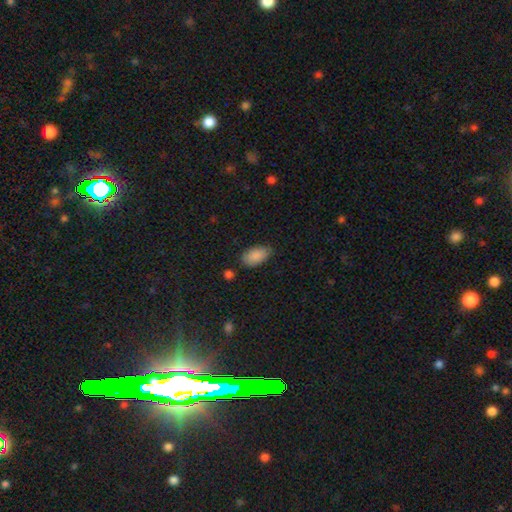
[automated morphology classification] Overall: smooth (88%). How rounded: in between (94%). Merging: none (76%).